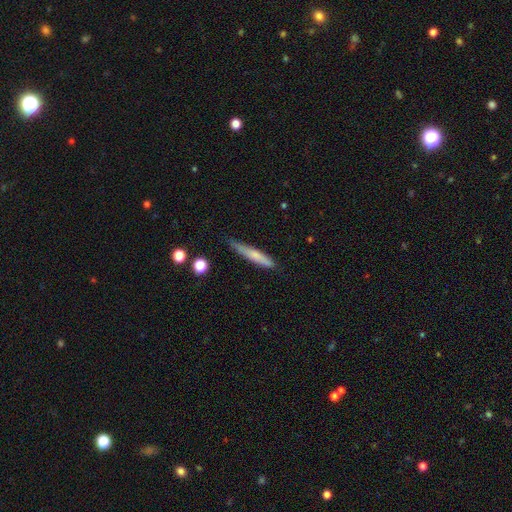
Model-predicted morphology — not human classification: smooth-or-featured: smooth: 66% | featured or disk: 27% | star or artifact: 6%
  how-rounded: cigar-shaped: 92% | in between: 6% | round: 1%
  merging: none: 75% | minor disturbance: 20% | major disturbance: 3% | merger: 2%